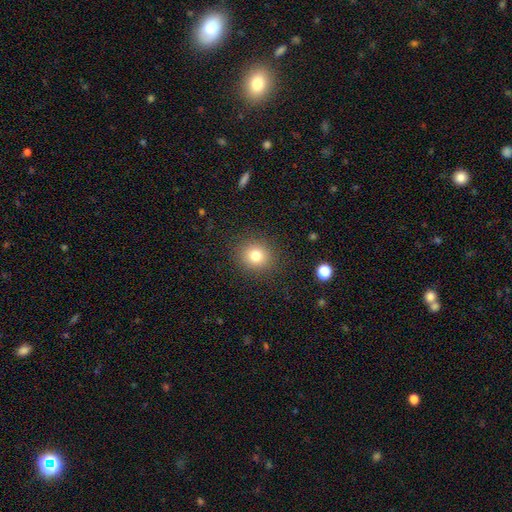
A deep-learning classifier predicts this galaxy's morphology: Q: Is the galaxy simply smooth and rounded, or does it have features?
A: smooth — 80%.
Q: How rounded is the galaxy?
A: round — 86%.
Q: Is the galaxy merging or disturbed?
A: none — 89%.